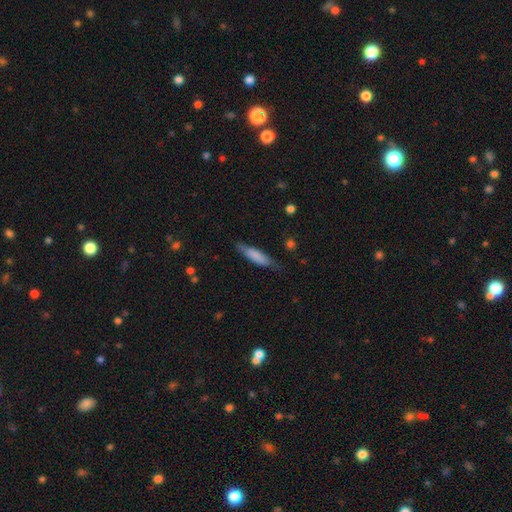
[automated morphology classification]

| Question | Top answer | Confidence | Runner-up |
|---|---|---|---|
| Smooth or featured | smooth | 73% | featured or disk (21%) |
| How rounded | cigar-shaped | 72% | in between (27%) |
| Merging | none | 71% | minor disturbance (23%) |